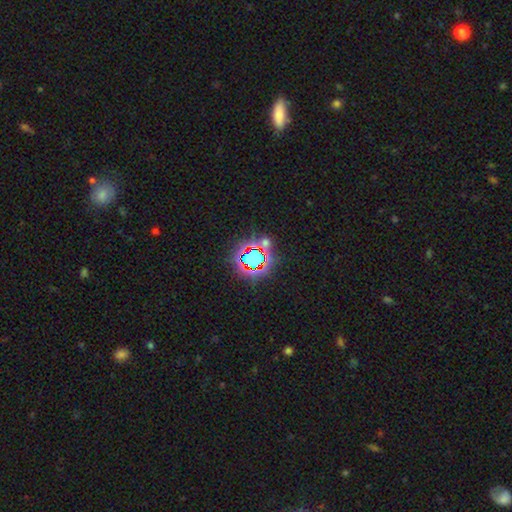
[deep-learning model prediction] star or artifact 69%, smooth 20%, featured or disk 11%.